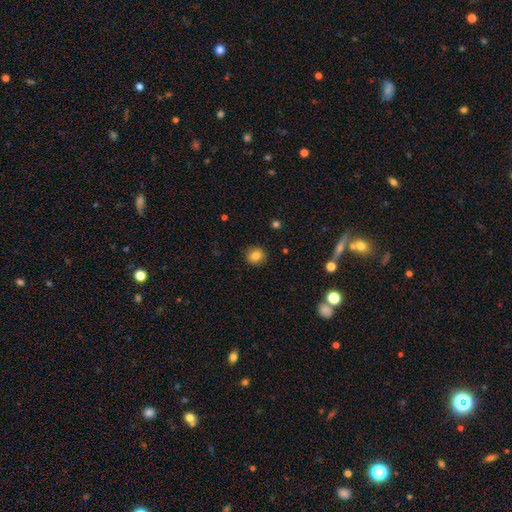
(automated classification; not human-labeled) Morphology: type=smooth (83%); roundness=round (84%); merging=none (89%).